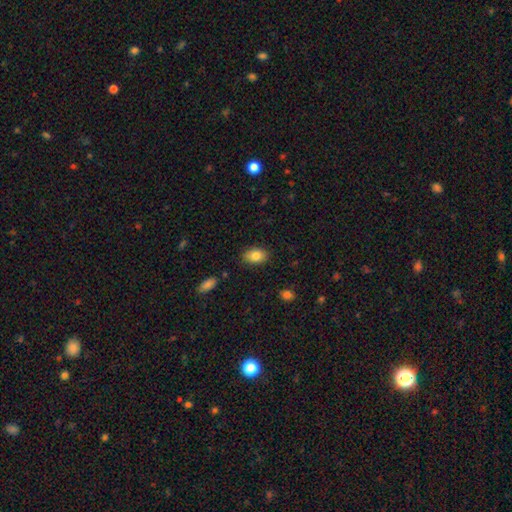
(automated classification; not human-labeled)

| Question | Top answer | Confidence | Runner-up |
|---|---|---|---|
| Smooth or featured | smooth | 83% | featured or disk (10%) |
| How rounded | in between | 87% | round (12%) |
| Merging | none | 85% | minor disturbance (11%) |